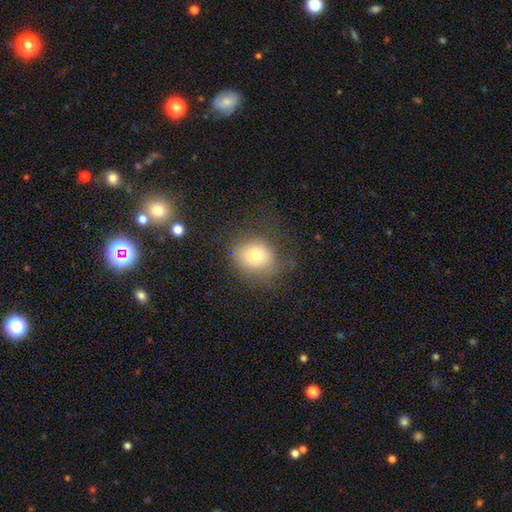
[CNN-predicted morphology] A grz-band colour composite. It shows a smooth galaxy with no disk features (74%) that is round (70%). Merging: none (68%).